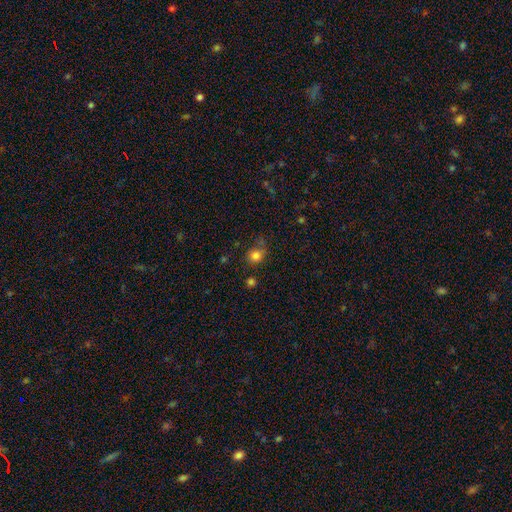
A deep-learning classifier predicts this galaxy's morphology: type=smooth (81%); roundness=round (74%); merging=none (68%).